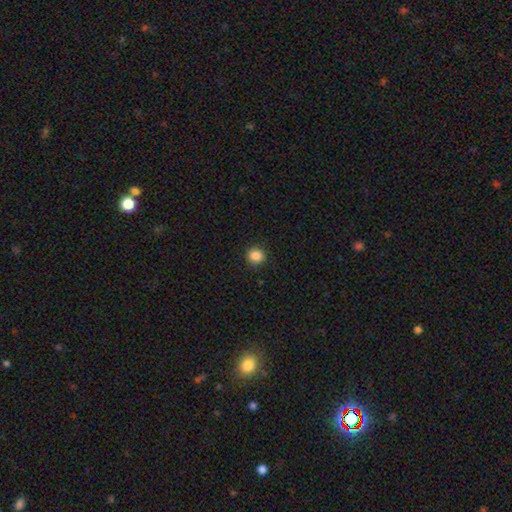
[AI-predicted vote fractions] A smooth galaxy with no disk features (86%) that is round (82%). Merging: none (90%).